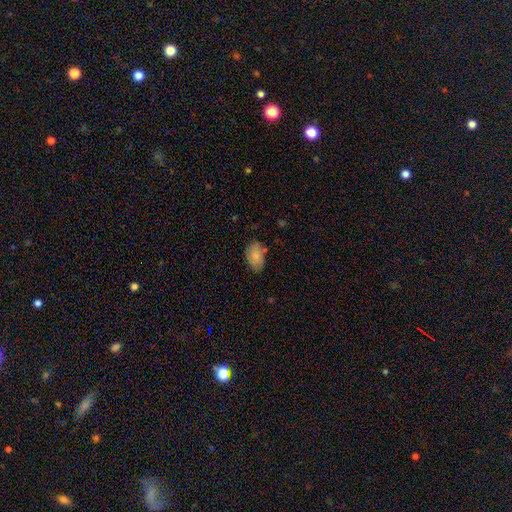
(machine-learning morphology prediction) The model was most divided on "merging": none: 76%, minor disturbance: 17%, major disturbance: 4%, merger: 3%. More confident: how rounded — in between (91%); smooth or featured — smooth (85%).